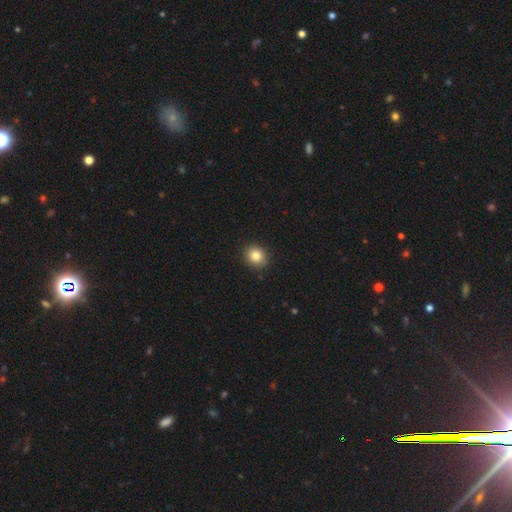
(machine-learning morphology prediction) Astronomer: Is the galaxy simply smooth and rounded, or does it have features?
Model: smooth — 84%.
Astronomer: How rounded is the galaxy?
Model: round — 77%.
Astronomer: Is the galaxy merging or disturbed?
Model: none — 90%.